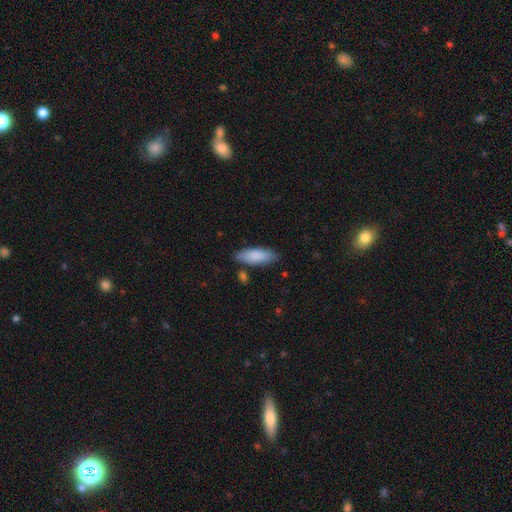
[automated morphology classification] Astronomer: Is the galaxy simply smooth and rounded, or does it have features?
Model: smooth — 86%.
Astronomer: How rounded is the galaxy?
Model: in between — 72%.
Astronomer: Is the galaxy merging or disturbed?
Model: none — 78%.